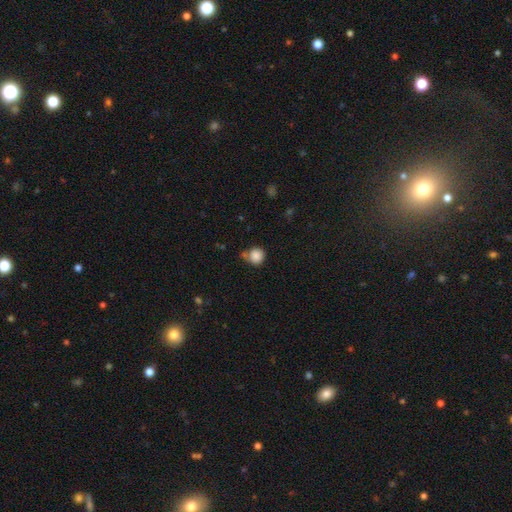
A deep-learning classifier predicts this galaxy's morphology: A smooth galaxy with no disk features (87%) that is round (91%). Merging: none (67%).